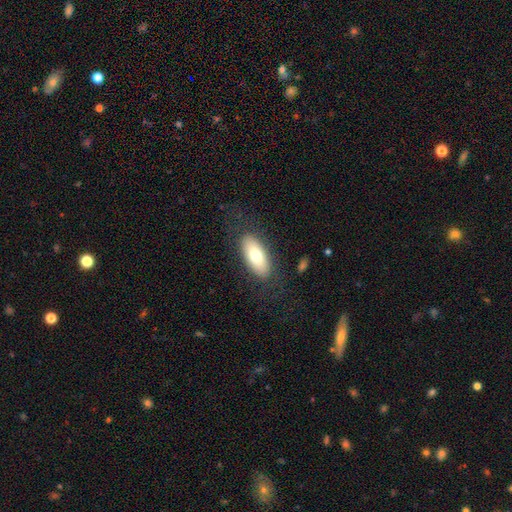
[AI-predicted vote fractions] The model was most divided on "smooth or featured": smooth: 73%, featured or disk: 21%, star or artifact: 6%. More confident: how rounded — in between (87%); merging — none (81%).